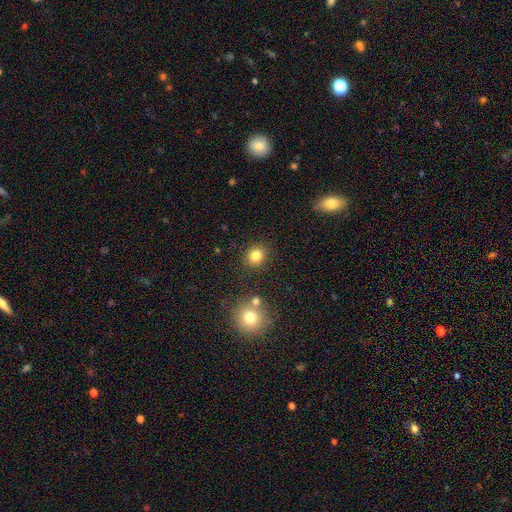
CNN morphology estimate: A smooth galaxy with no disk features (82%) that is round (79%). Merging: none (85%).